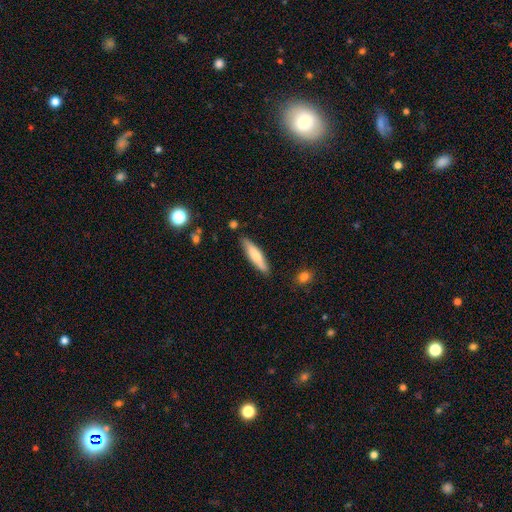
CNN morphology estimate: smooth 69%, featured or disk 25%, star or artifact 6%. Down the decision tree: how rounded — cigar-shaped (77%); merging — none (84%).